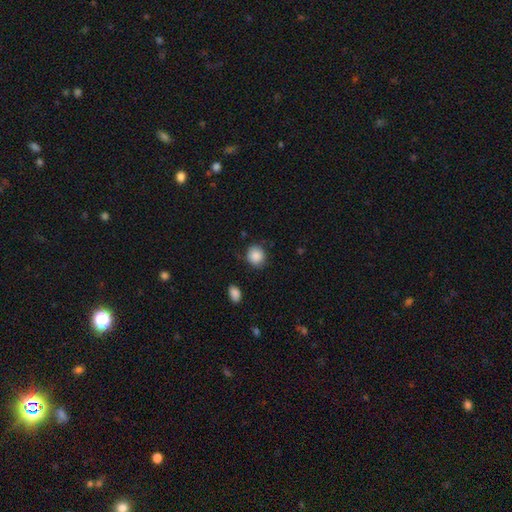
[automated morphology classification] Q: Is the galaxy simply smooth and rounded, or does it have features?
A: smooth — 88%.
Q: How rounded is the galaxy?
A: round — 80%.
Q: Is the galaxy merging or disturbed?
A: none — 78%.